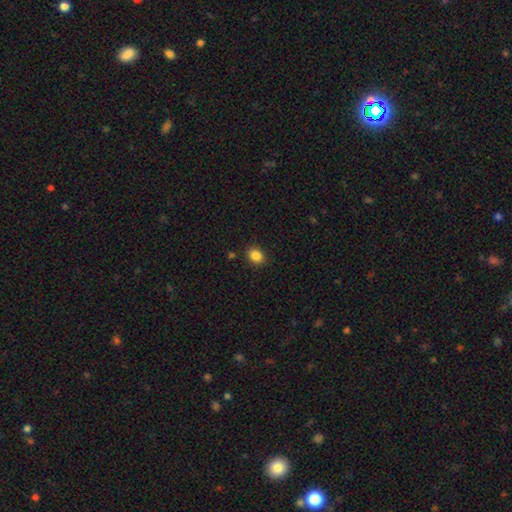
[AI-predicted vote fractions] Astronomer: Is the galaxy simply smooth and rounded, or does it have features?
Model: smooth — 86%.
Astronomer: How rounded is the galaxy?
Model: in between — 60% (runner-up: round, 40%).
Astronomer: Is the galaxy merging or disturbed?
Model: none — 88%.